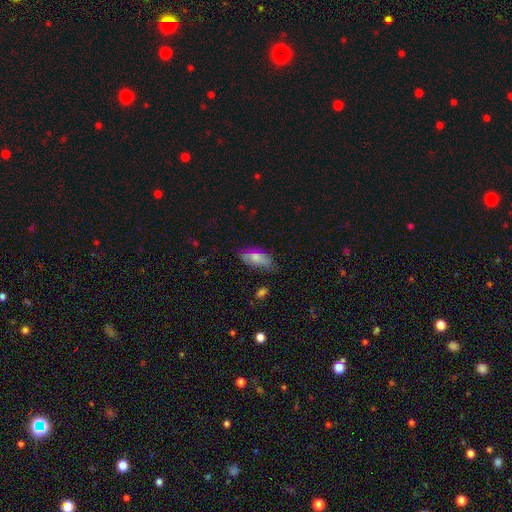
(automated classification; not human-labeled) Smooth or featured?
  - smooth: 63% *
  - featured or disk: 27%
  - star or artifact: 9%
How rounded?
  - in between: 83% *
  - cigar-shaped: 14%
  - round: 3%
Merging?
  - none: 58% *
  - minor disturbance: 29%
  - major disturbance: 10%
  - merger: 3%